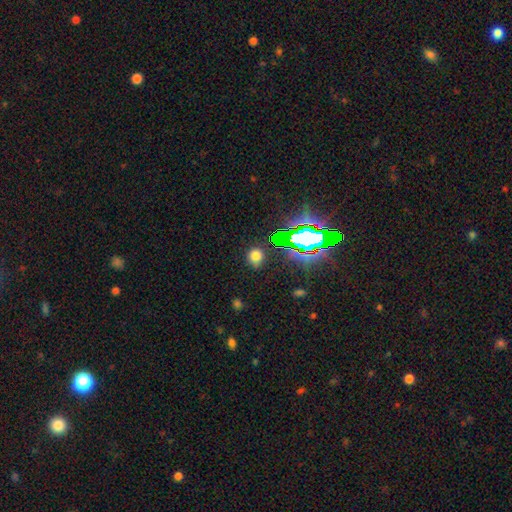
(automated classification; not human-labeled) Overall: smooth (70%). How rounded: round (71%). Merging: none (82%).